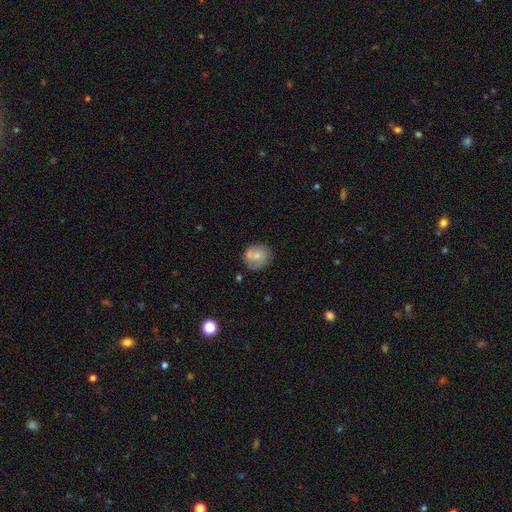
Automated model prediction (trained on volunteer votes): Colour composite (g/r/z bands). It shows a smooth galaxy with no disk features (59%) that is round (75%). Merging: none (68%).